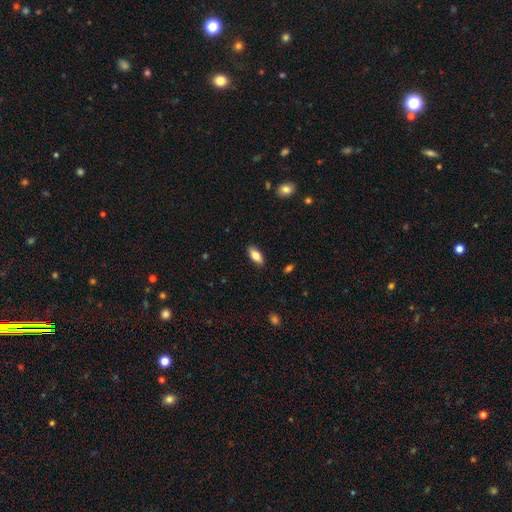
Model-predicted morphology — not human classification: Smooth or featured?
  - smooth: 77% *
  - featured or disk: 16%
  - star or artifact: 7%
How rounded?
  - in between: 83% *
  - cigar-shaped: 14%
  - round: 2%
Merging?
  - none: 88% *
  - minor disturbance: 9%
  - major disturbance: 2%
  - merger: 1%